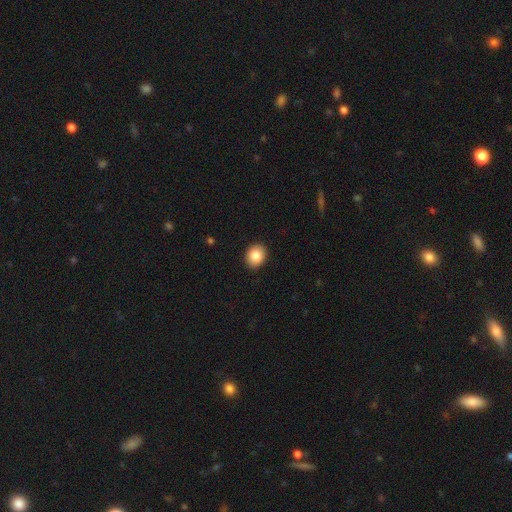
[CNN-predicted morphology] Smooth or featured?
  - smooth: 86% *
  - star or artifact: 8%
  - featured or disk: 6%
How rounded?
  - round: 58% *
  - in between: 41%
  - cigar-shaped: 1%
Merging?
  - none: 91% *
  - minor disturbance: 6%
  - major disturbance: 2%
  - merger: 1%